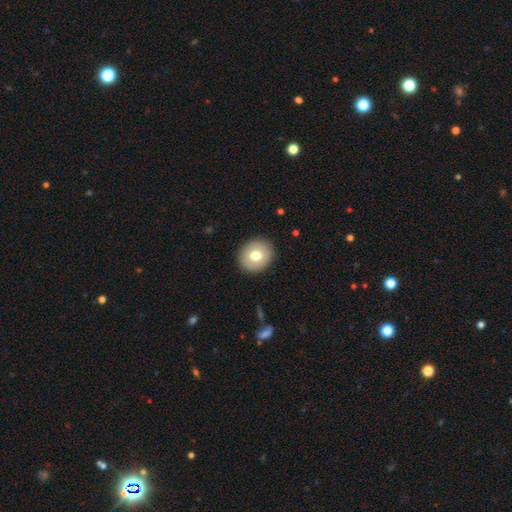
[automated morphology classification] This appears to be a smooth galaxy with no disk features (73%) that is round (77%). Merging: none (91%).